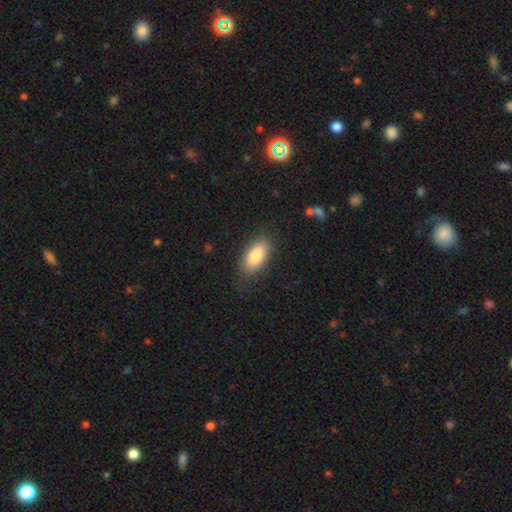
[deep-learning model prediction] The model was most divided on "merging": none: 82%, minor disturbance: 13%, major disturbance: 4%, merger: 1%. More confident: how rounded — in between (89%); smooth or featured — smooth (83%).